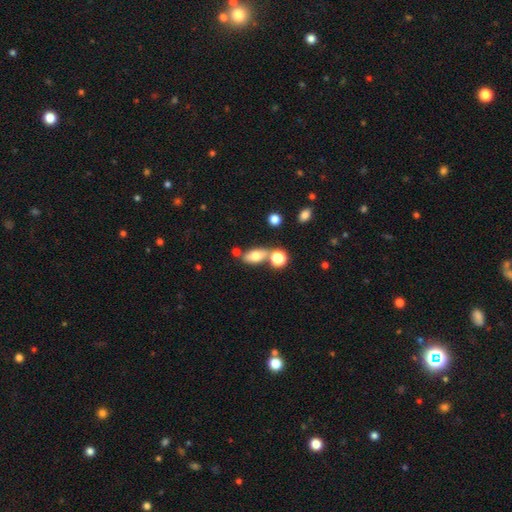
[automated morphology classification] smooth_or_featured: smooth (p=0.70) [alt: featured or disk p=0.19]
how_rounded: in between (p=0.78) [alt: round p=0.12]
merging: none (p=0.61) [alt: merger p=0.23]